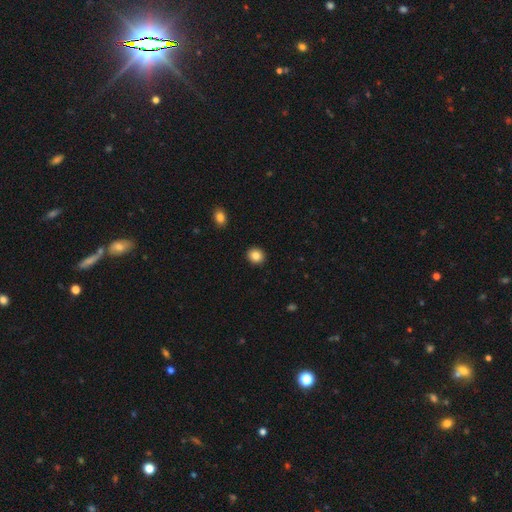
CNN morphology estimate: Smooth or featured?
  - smooth: 85% *
  - star or artifact: 9%
  - featured or disk: 6%
How rounded?
  - round: 80% *
  - in between: 20%
  - cigar-shaped: 1%
Merging?
  - none: 92% *
  - minor disturbance: 5%
  - major disturbance: 2%
  - merger: 1%